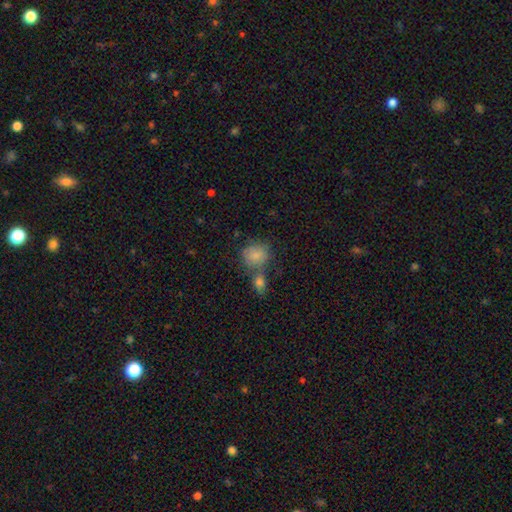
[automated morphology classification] This appears to be a smooth galaxy with no disk features (83%) that is round (67%). Merging: none (44%).